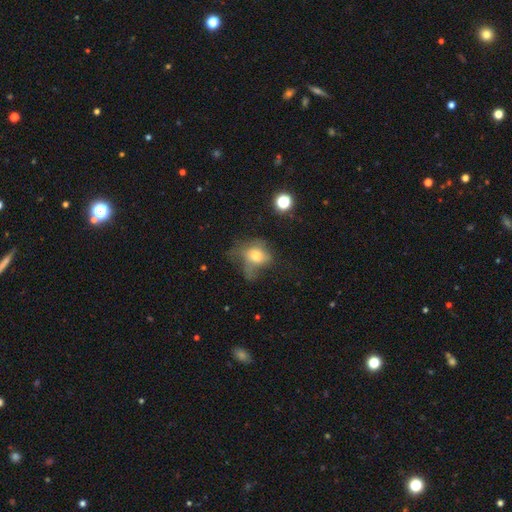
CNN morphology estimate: This appears to be a smooth galaxy with no disk features (59%) that is in between round and cigar-shaped (50%). Merging: major disturbance (42%).